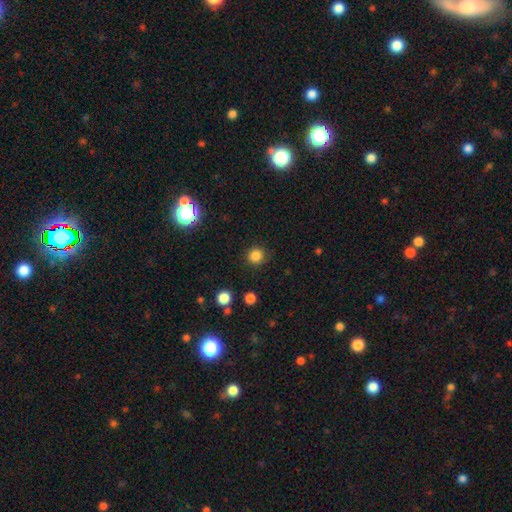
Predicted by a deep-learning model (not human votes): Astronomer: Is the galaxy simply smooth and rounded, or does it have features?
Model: smooth — 83%.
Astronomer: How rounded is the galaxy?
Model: round — 93%.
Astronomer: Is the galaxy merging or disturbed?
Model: none — 89%.